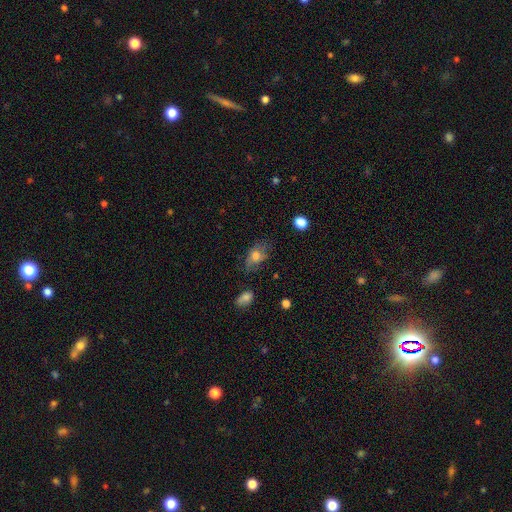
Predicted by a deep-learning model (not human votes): A smooth galaxy with no disk features (68%) that is in between round and cigar-shaped (83%). Merging: none (53%).